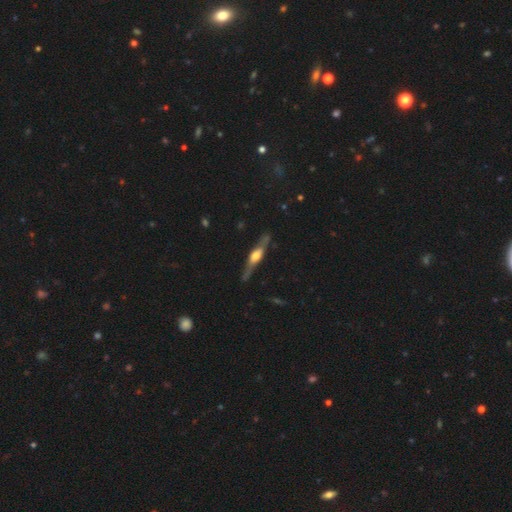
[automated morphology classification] This is likely a featured or disk galaxy (75%). It is clearly viewed edge-on (94%). Edge-on bulge: clearly rounded (81%). Merging: clearly none (80%).